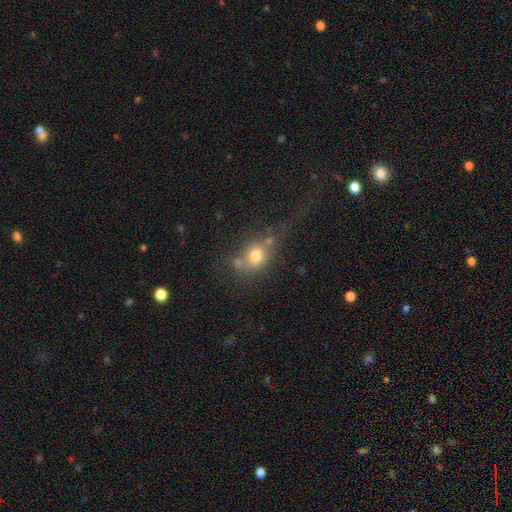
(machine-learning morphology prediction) Smooth or featured?
  - smooth: 72% *
  - featured or disk: 14%
  - star or artifact: 13%
How rounded?
  - round: 57% *
  - in between: 41%
  - cigar-shaped: 2%
Merging?
  - none: 52% *
  - minor disturbance: 19%
  - merger: 17%
  - major disturbance: 12%